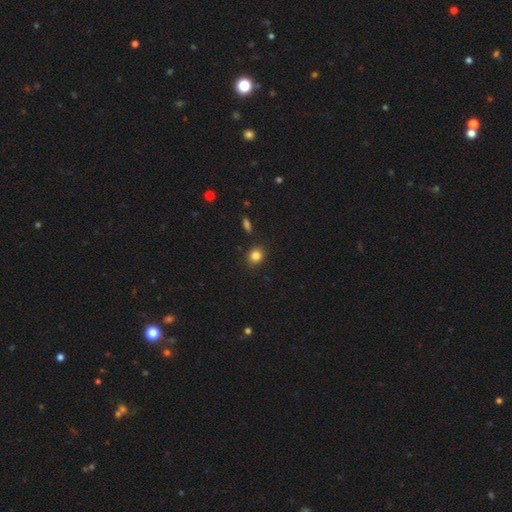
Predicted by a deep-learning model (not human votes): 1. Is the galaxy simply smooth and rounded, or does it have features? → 84% smooth, 11% star or artifact, 5% featured or disk.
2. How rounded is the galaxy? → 78% round, 21% in between, 1% cigar-shaped.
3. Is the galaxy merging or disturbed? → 88% none, 8% minor disturbance, 2% major disturbance, 2% merger.